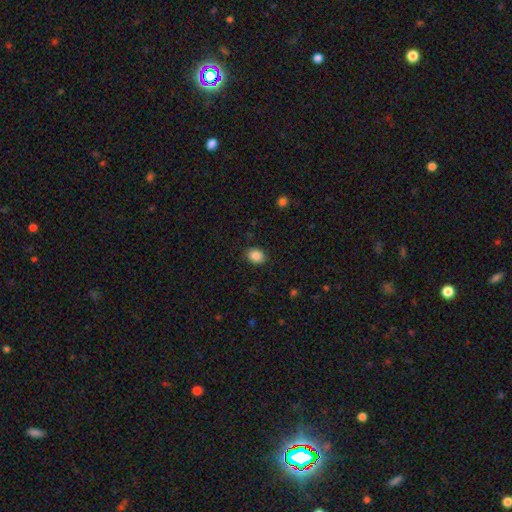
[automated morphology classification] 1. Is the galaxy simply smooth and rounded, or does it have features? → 88% smooth, 9% star or artifact, 4% featured or disk.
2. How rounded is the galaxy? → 64% in between, 35% round, 1% cigar-shaped.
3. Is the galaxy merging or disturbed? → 88% none, 8% minor disturbance, 2% major disturbance, 1% merger.